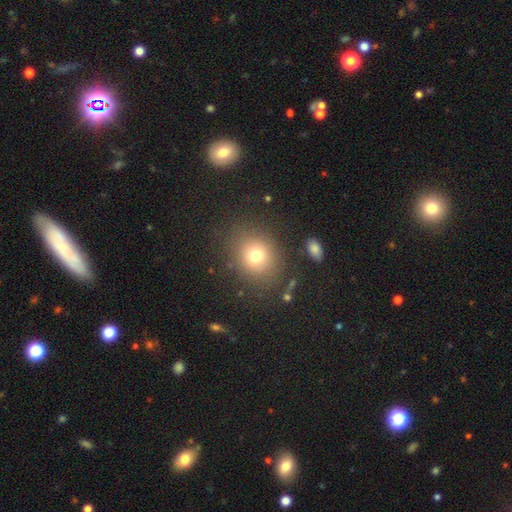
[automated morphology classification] A smooth galaxy with no disk features (74%) that is round (73%).

Vote fractions:
- Smooth or featured? smooth: 74% / star or artifact: 15% / featured or disk: 11%
- How rounded? round: 73% / in between: 26% / cigar-shaped: 1%
- Merging? none: 82% / minor disturbance: 10% / major disturbance: 6% / merger: 2%